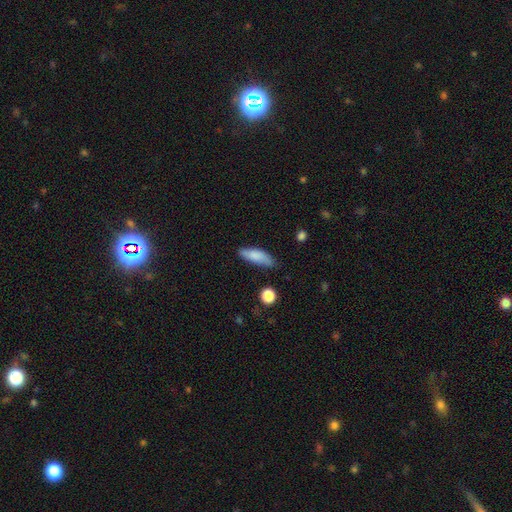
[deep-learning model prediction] smooth 81%, featured or disk 13%, star or artifact 7%. Down the decision tree: how rounded — in between (59%); merging — none (71%).